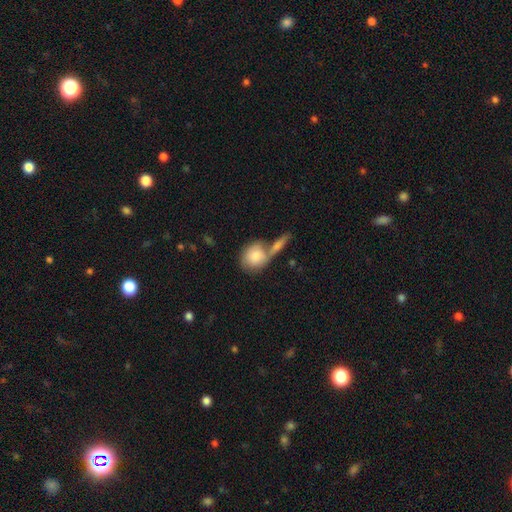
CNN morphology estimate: Overall: smooth (81%). How rounded: round (57%; in between 40%). Merging: merger (43%; none 39%).